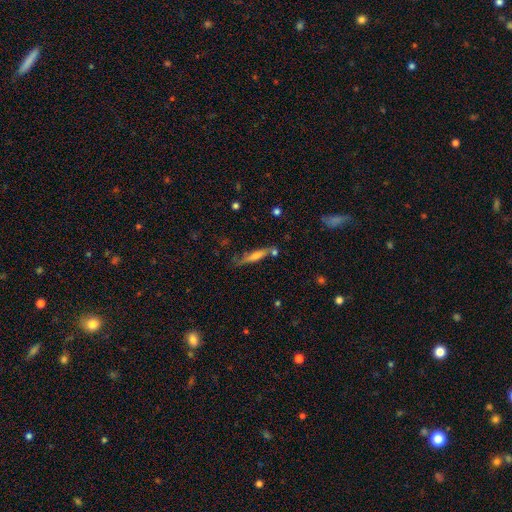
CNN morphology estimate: smooth-or-featured: featured or disk: 48% | smooth: 44% | star or artifact: 8%
  merging: none: 67% | minor disturbance: 19% | merger: 8% | major disturbance: 6%